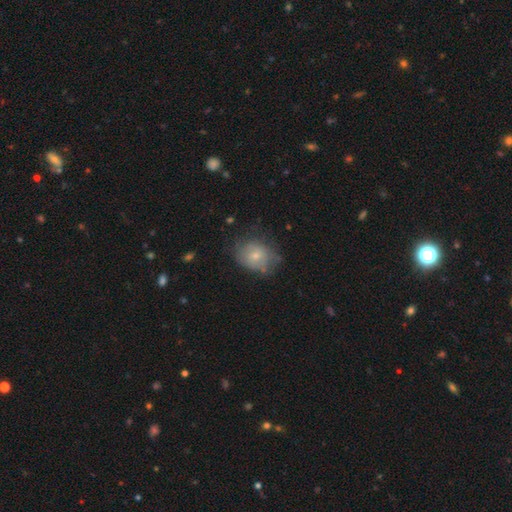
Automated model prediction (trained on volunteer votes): A smooth galaxy with no disk features (66%) that is round (50%). Merging: none (58%).